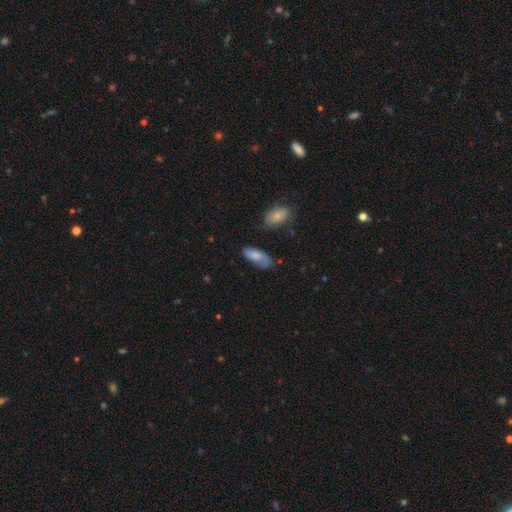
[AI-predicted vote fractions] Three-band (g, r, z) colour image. It shows a smooth galaxy with no disk features (67%) that is in between round and cigar-shaped (85%). Merging: none (52%).